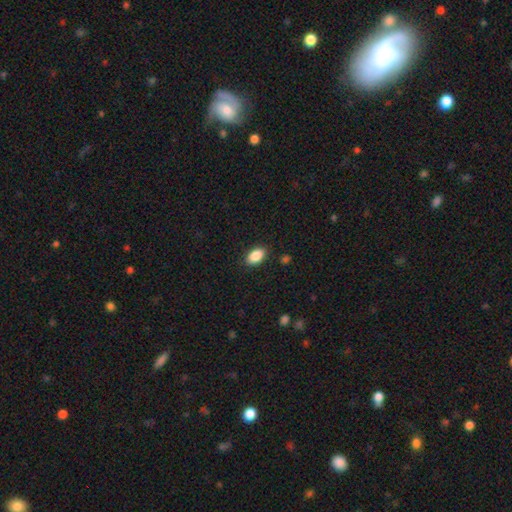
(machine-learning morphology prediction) The model was most divided on "merging": none: 87%, minor disturbance: 9%, major disturbance: 2%, merger: 1%. More confident: how rounded — in between (92%); smooth or featured — smooth (88%).